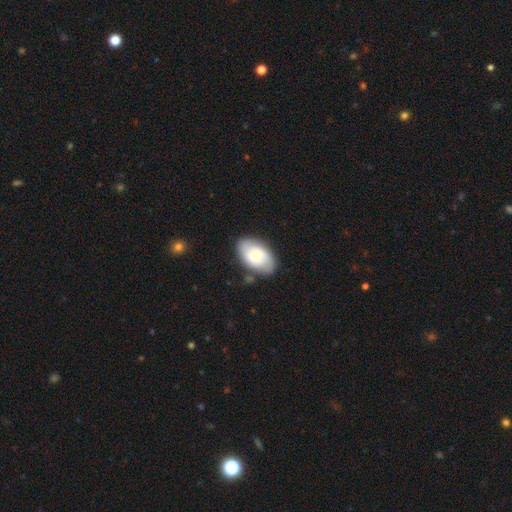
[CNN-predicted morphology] The model was most divided on "smooth or featured": smooth: 63%, featured or disk: 30%, star or artifact: 7%. More confident: how rounded — in between (93%); merging — none (77%).